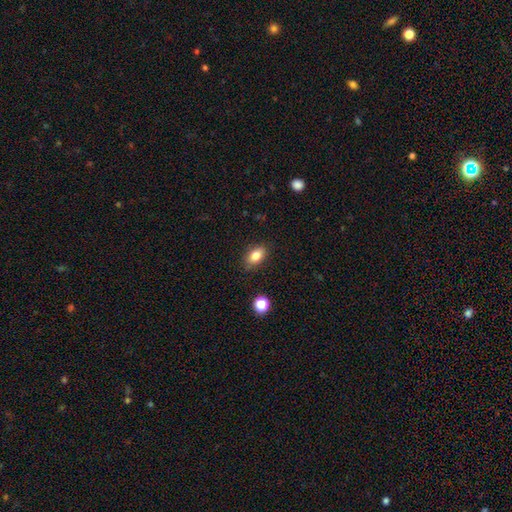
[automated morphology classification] smooth_or_featured: smooth (p=0.83) [alt: star or artifact p=0.09]
how_rounded: in between (p=0.86) [alt: round p=0.11]
merging: none (p=0.85) [alt: minor disturbance p=0.11]